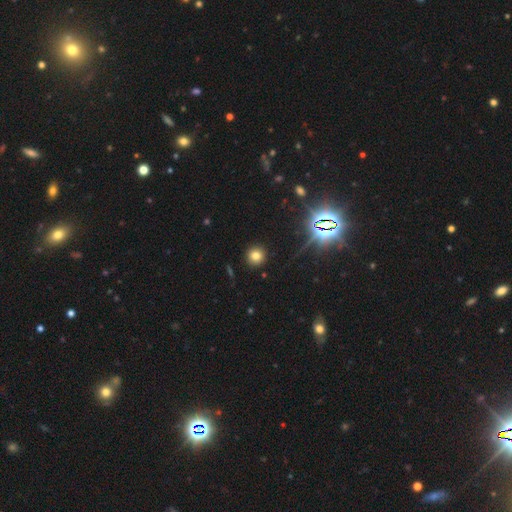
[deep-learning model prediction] A smooth galaxy with no disk features (74%) that is round (93%). Merging: none (91%).